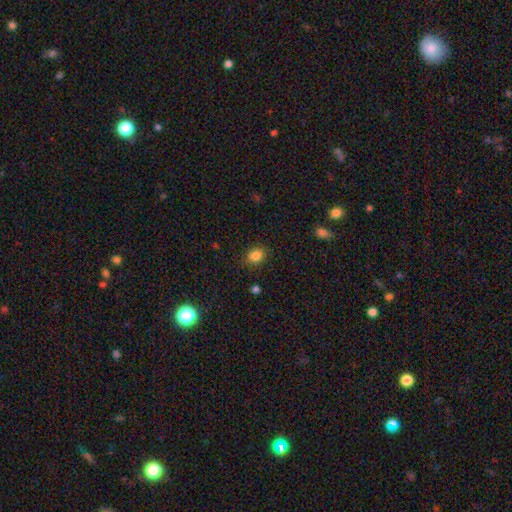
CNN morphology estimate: smooth-or-featured: smooth: 84% | star or artifact: 11% | featured or disk: 5%
  how-rounded: round: 55% | in between: 44% | cigar-shaped: 1%
  merging: none: 85% | minor disturbance: 11% | major disturbance: 3% | merger: 1%